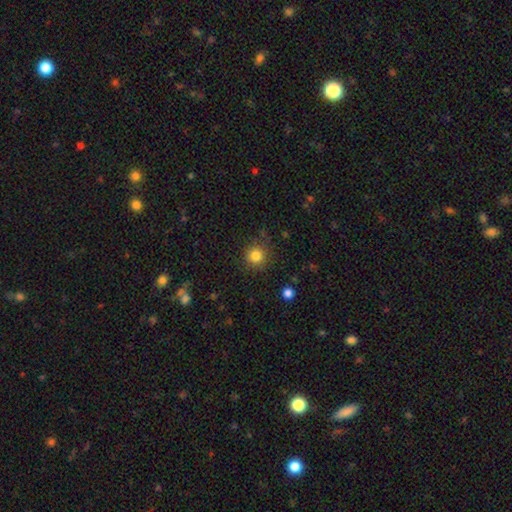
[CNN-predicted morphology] This is clearly a smooth galaxy (82%). How rounded: clearly round (94%). Merging: clearly none (85%).